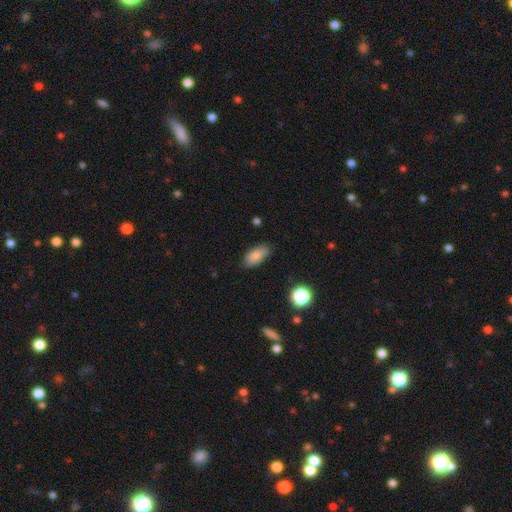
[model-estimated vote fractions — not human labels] Overall: smooth (84%). How rounded: in between (87%). Merging: none (84%).